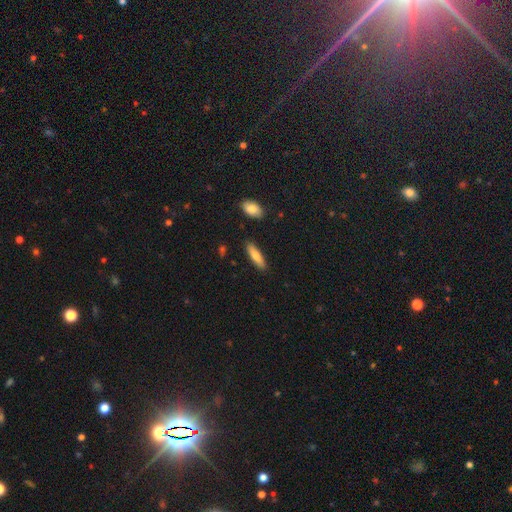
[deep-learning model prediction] smooth 75%, featured or disk 19%, star or artifact 6%. Down the decision tree: how rounded — cigar-shaped (66%); merging — none (87%).